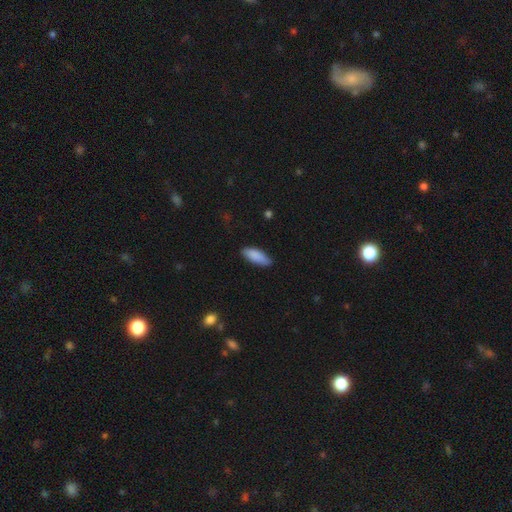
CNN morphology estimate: Q: Smooth or featured?
A: smooth (88%); runner-up: featured or disk (6%)
Q: How rounded?
A: in between (69%); runner-up: cigar-shaped (29%)
Q: Merging?
A: none (83%); runner-up: minor disturbance (14%)